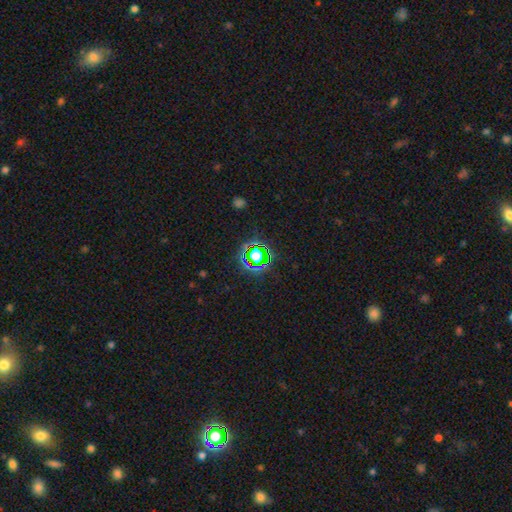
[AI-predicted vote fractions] Smooth or featured? star or artifact (68%)